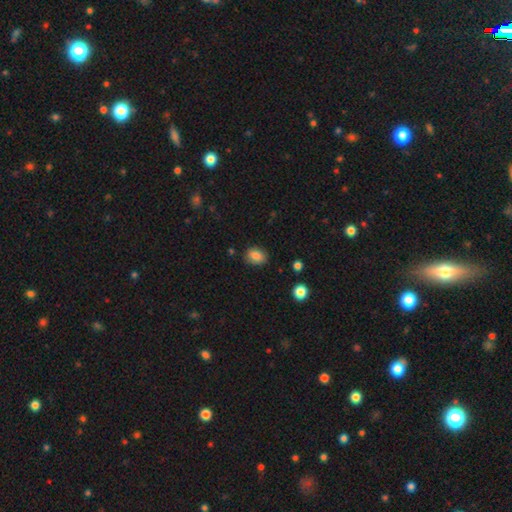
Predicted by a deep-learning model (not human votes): smooth_or_featured: smooth (p=0.85) [alt: star or artifact p=0.09]
how_rounded: in between (p=0.68) [alt: round p=0.31]
merging: none (p=0.84) [alt: minor disturbance p=0.12]